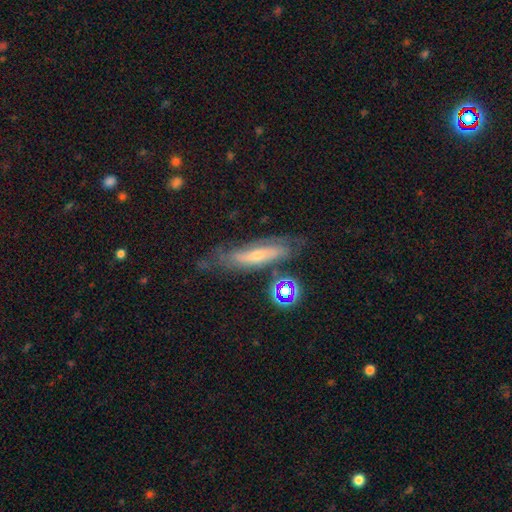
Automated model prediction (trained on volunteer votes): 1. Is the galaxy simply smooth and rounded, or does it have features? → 61% featured or disk, 27% smooth, 12% star or artifact.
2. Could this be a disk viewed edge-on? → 62% no, 38% yes.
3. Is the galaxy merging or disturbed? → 62% none, 22% minor disturbance, 11% major disturbance, 5% merger.